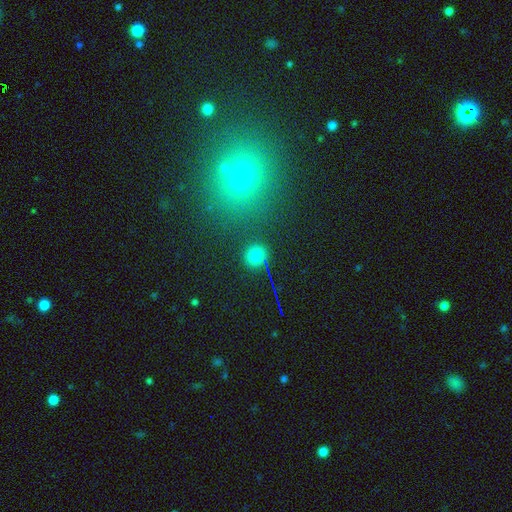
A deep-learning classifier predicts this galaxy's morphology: The model was most divided on "smooth or featured": smooth: 75%, star or artifact: 18%, featured or disk: 7%. More confident: how rounded — round (87%); merging — none (85%).